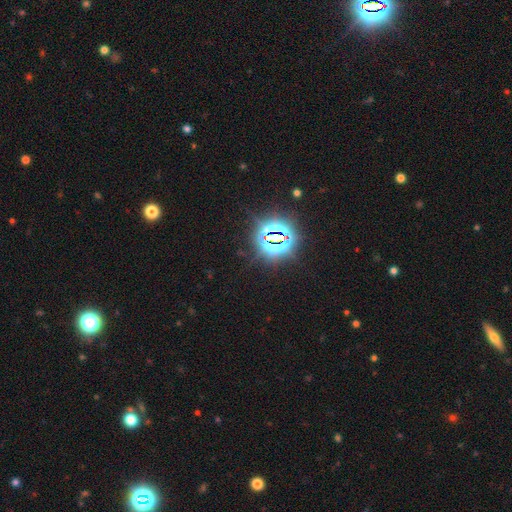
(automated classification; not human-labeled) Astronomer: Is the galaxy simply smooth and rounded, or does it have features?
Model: star or artifact — 83%.